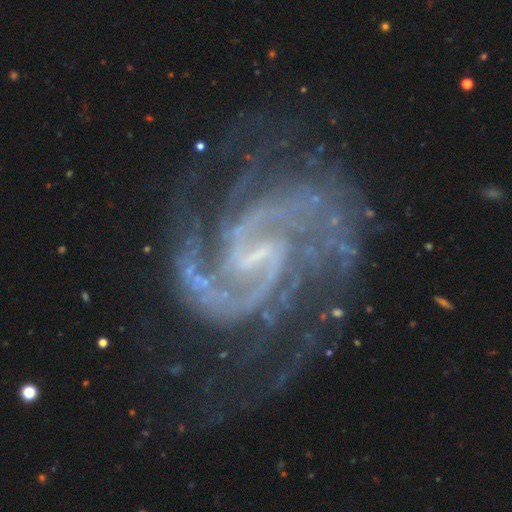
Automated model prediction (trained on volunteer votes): Morphology: type=featured or disk (93%); edge-on=no (98%); bar=weak (54%); spiral arms=yes (99%); winding=medium (54%); arm count=2 (72%); bulge=small (56%); merging=none (65%).